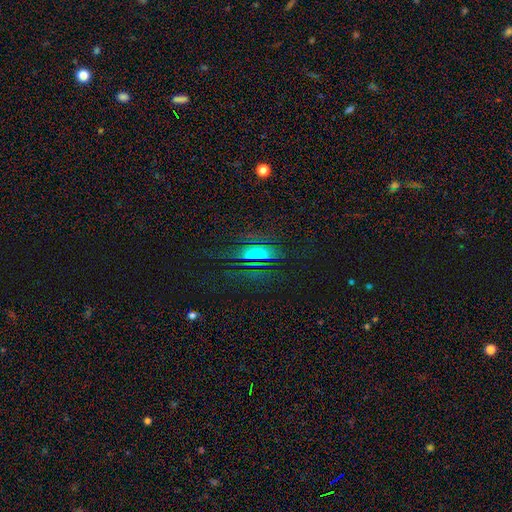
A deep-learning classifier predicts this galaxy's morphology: Smooth or featured? smooth (41%)
Merging? none (76%)